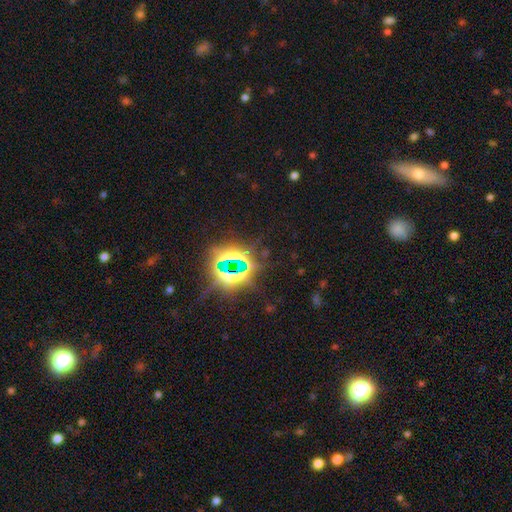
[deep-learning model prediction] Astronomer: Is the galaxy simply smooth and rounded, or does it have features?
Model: star or artifact — 77%.